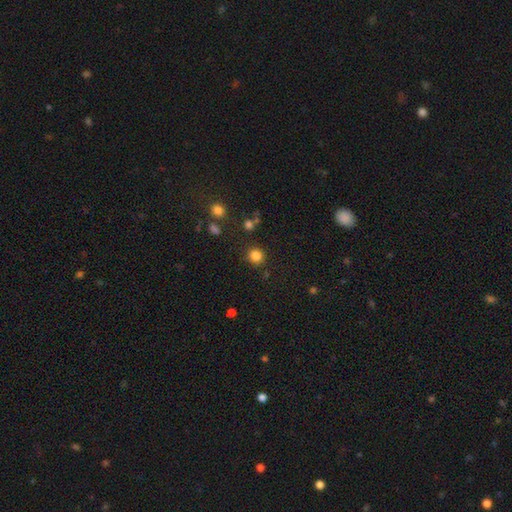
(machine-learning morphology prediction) type=smooth (83%); roundness=round (90%); merging=none (87%).